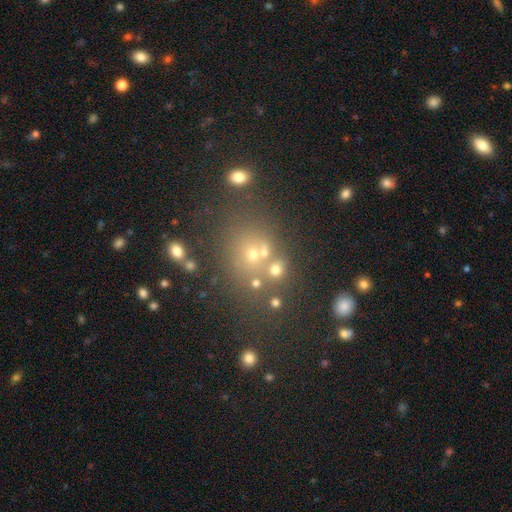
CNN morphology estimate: Overall: smooth (48%; star or artifact 36%). Merging: none (62%; merger 22%).